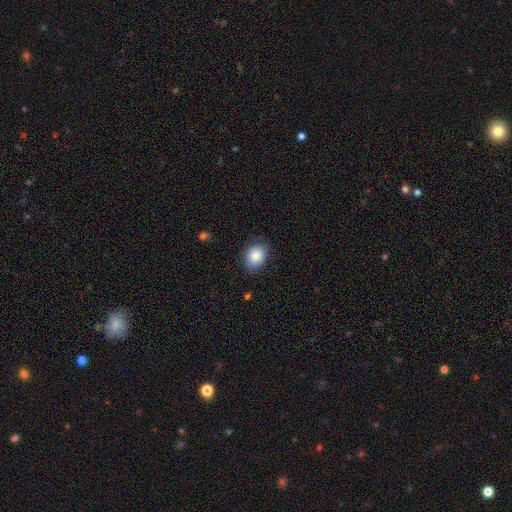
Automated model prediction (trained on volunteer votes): Smooth or featured? Predicted: smooth (p=0.83). How rounded? Predicted: in between (p=0.57). Merging? Predicted: none (p=0.77).